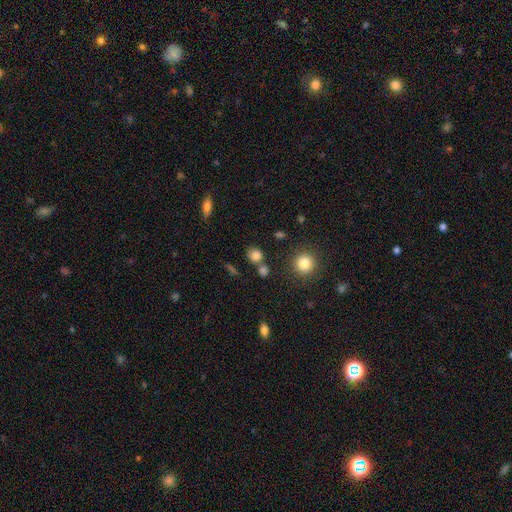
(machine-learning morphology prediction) type=smooth (80%); roundness=round (73%); merging=none (65%).